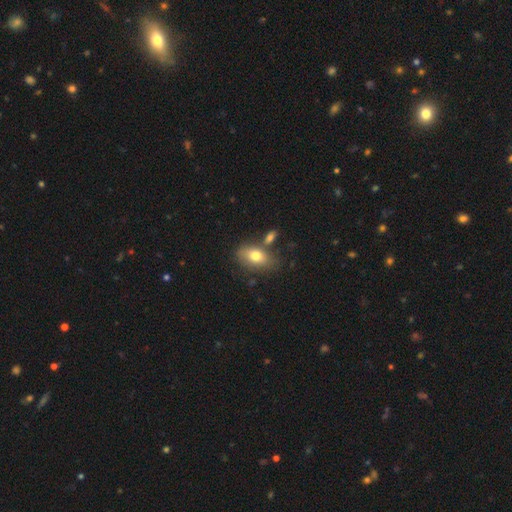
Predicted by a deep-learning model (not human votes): This appears to be a smooth galaxy with no disk features (75%) that is in between round and cigar-shaped (87%). Merging: none (62%).